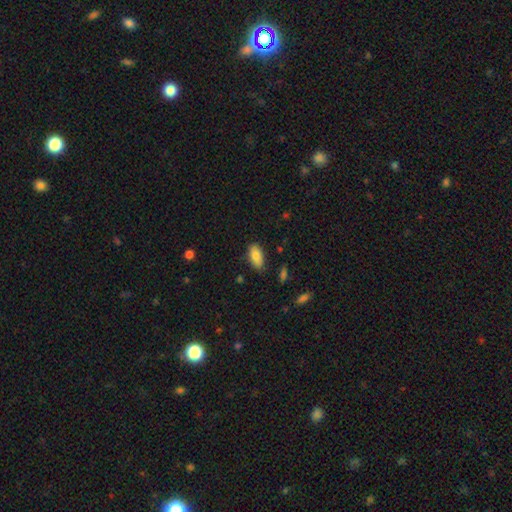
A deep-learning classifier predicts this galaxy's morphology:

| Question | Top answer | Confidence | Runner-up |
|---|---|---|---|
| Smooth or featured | smooth | 80% | featured or disk (12%) |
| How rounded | in between | 91% | cigar-shaped (6%) |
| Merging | none | 82% | minor disturbance (14%) |